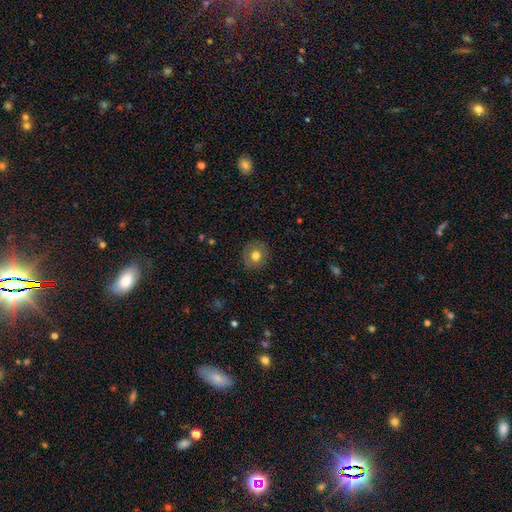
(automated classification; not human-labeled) Overall: smooth (74%). How rounded: round (85%). Merging: none (87%).